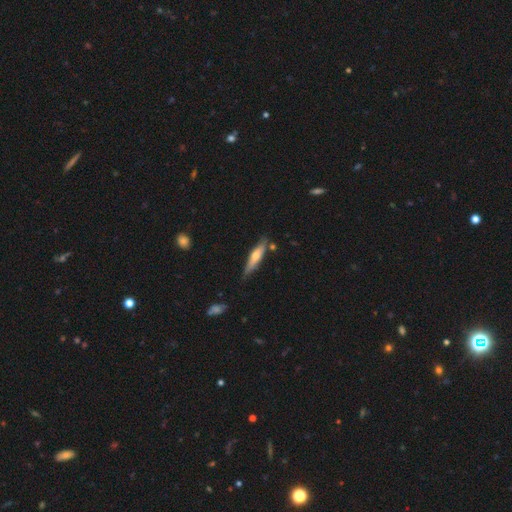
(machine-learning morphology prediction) smooth_or_featured: featured or disk (p=0.49) [alt: smooth p=0.45]
merging: none (p=0.75) [alt: minor disturbance p=0.18]